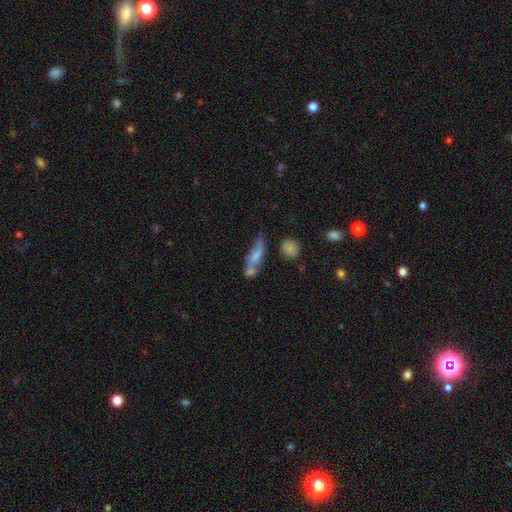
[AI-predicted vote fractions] Q: Smooth or featured?
A: smooth (55%); runner-up: featured or disk (37%)
Q: How rounded?
A: in between (48%); runner-up: cigar-shaped (47%)
Q: Merging?
A: none (41%); runner-up: merger (28%)